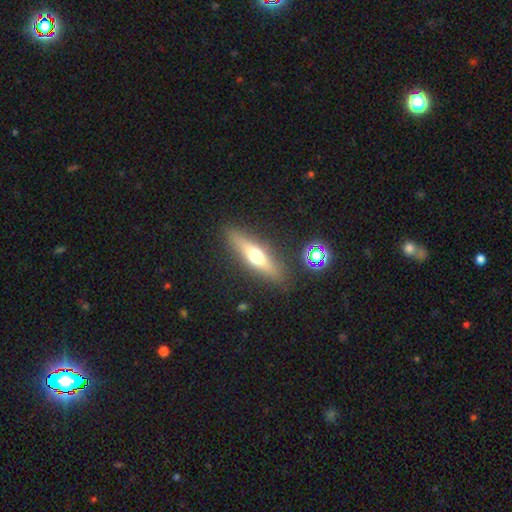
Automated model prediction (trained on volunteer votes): smooth-or-featured: featured or disk: 47% | smooth: 45% | star or artifact: 8%
  merging: none: 87% | minor disturbance: 8% | major disturbance: 2% | merger: 2%